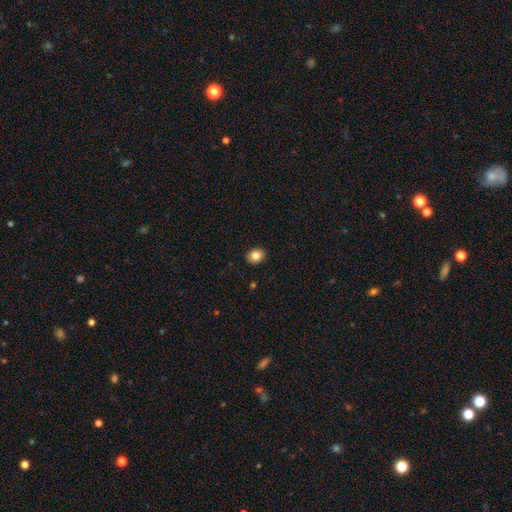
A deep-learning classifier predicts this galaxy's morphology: Smooth or featured: smooth — 84% (star or artifact — 9%)
How rounded: round — 64% (in between — 35%)
Merging: none — 91% (minor disturbance — 7%)